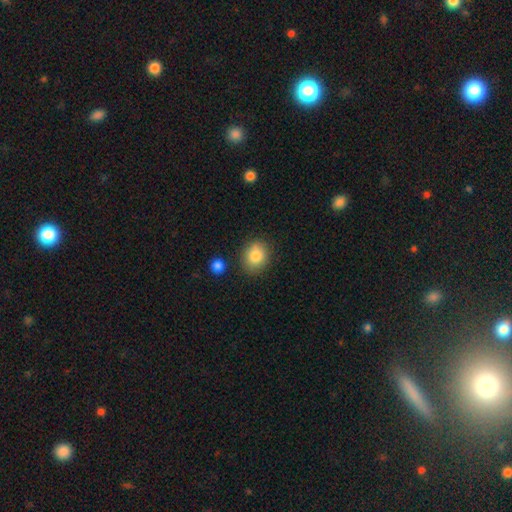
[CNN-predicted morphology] Smooth or featured? smooth (84%)
How rounded? round (66%)
Merging? none (82%)